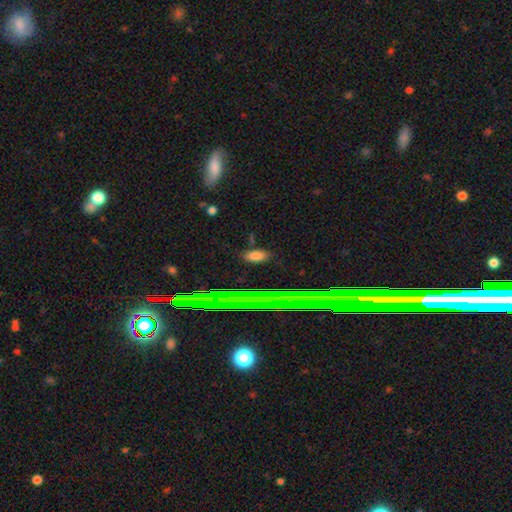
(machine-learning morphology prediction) Smooth or featured: smooth — 74% (star or artifact — 18%)
How rounded: in between — 84% (cigar-shaped — 10%)
Merging: none — 81% (minor disturbance — 12%)